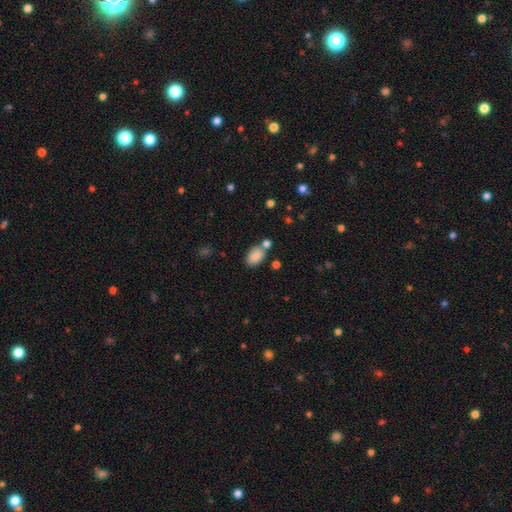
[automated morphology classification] smooth_or_featured: smooth (p=0.86) [alt: star or artifact p=0.08]
how_rounded: in between (p=0.89) [alt: round p=0.09]
merging: none (p=0.61) [alt: merger p=0.19]